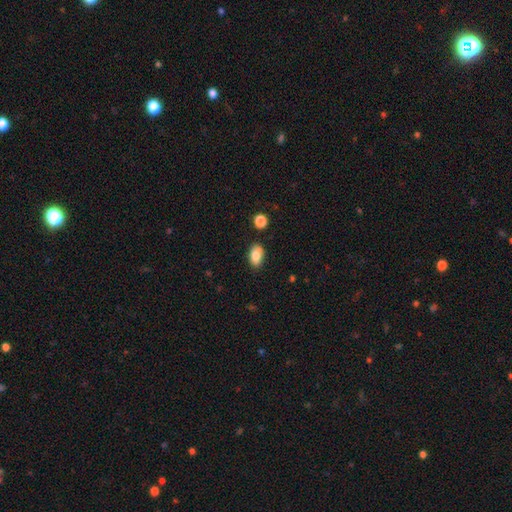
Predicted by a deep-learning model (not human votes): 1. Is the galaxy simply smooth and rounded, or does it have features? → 83% smooth, 9% featured or disk, 8% star or artifact.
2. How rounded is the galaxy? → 91% in between, 8% round, 2% cigar-shaped.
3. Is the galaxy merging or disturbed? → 81% none, 14% minor disturbance, 3% merger, 3% major disturbance.